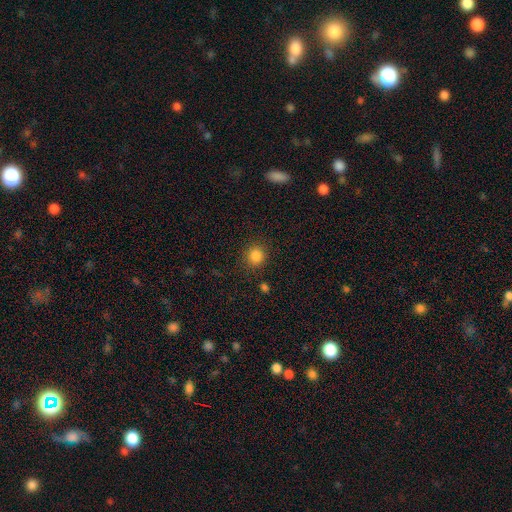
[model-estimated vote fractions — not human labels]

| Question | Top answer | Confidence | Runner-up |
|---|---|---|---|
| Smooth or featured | smooth | 85% | star or artifact (11%) |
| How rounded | round | 88% | in between (11%) |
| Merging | none | 87% | minor disturbance (8%) |